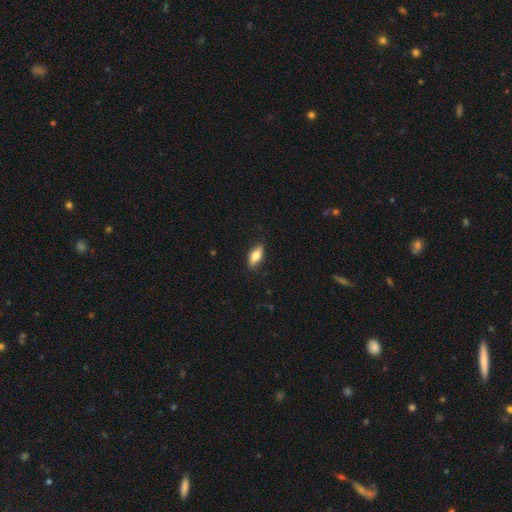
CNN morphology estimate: This appears to be a smooth galaxy with no disk features (69%) that is in between round and cigar-shaped (72%). Merging: none (85%).